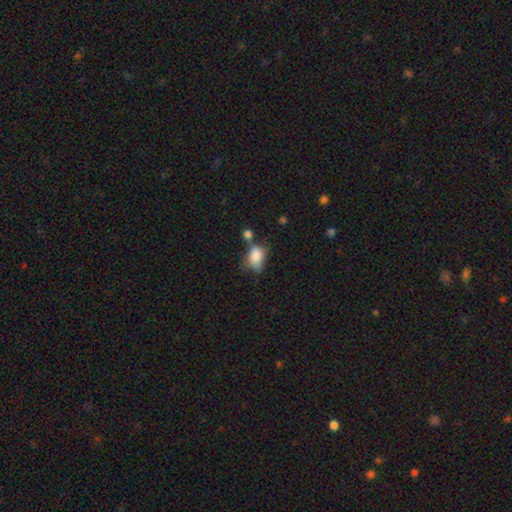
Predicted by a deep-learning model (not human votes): Q: Smooth or featured?
A: smooth (79%); runner-up: featured or disk (11%)
Q: How rounded?
A: in between (80%); runner-up: round (17%)
Q: Merging?
A: none (31%); runner-up: minor disturbance (28%)